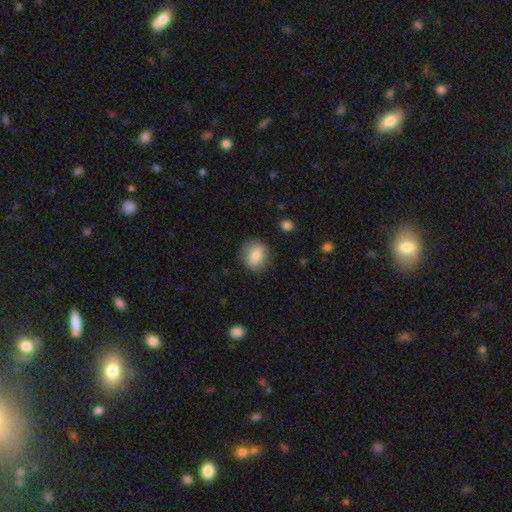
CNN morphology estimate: Smooth or featured? smooth (80%)
How rounded? round (69%)
Merging? none (82%)